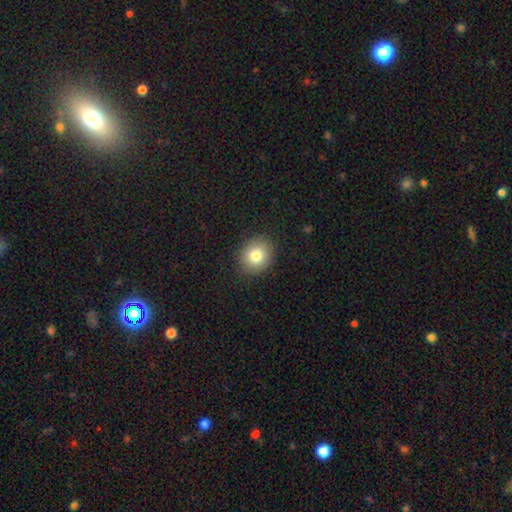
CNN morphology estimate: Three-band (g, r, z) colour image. It shows a smooth galaxy with no disk features (81%) that is round (73%). Merging: none (89%).